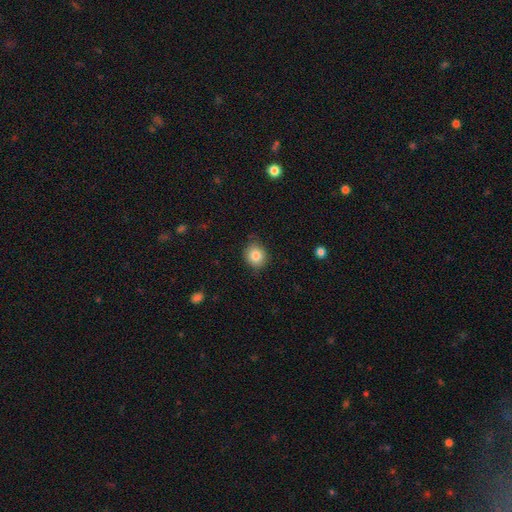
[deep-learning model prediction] A smooth galaxy with no disk features (83%) that is round (74%). Merging: none (79%).